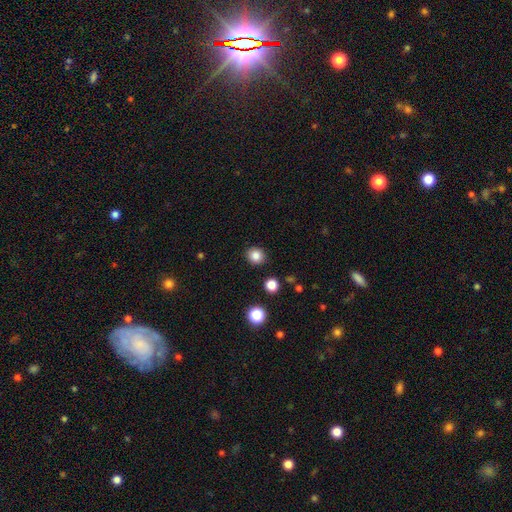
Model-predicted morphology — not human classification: Smooth or featured?
  - smooth: 84% *
  - star or artifact: 11%
  - featured or disk: 5%
How rounded?
  - round: 85% *
  - in between: 14%
  - cigar-shaped: 1%
Merging?
  - none: 90% *
  - minor disturbance: 6%
  - major disturbance: 2%
  - merger: 2%